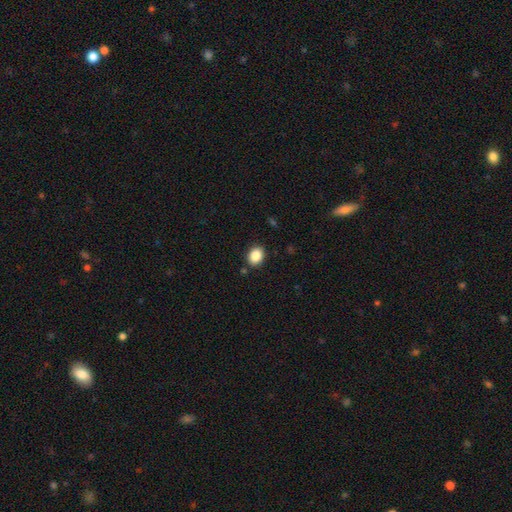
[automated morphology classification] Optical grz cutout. It shows a smooth galaxy with no disk features (86%) that is in between round and cigar-shaped (58%). Merging: none (87%).